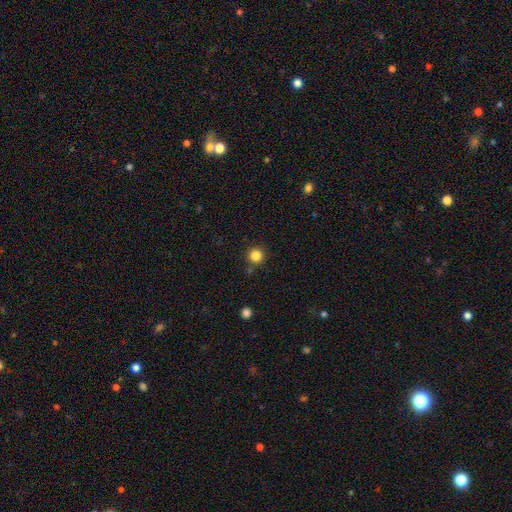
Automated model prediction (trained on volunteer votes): smooth 84%, star or artifact 12%, featured or disk 4%. Down the decision tree: how rounded — round (95%); merging — none (87%).